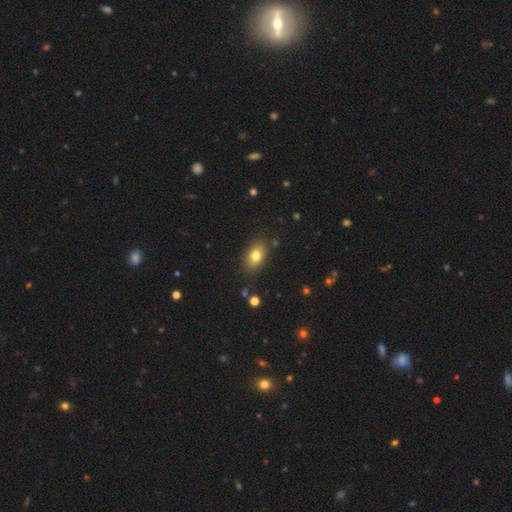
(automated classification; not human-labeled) Smooth or featured? smooth (79%)
How rounded? in between (81%)
Merging? none (85%)